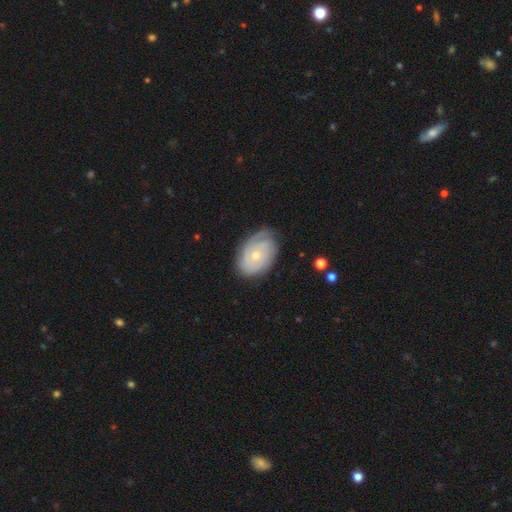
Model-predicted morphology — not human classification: This is likely a featured or disk galaxy (70%). It is clearly not viewed edge-on (96%). Bar: likely no (78%). Spiral arm pattern: clearly yes (88%). Spiral arm count: marginally can't tell (43%). Spiral winding: likely tight (71%). Central bulge: likely small (62%). Merging: likely none (72%).